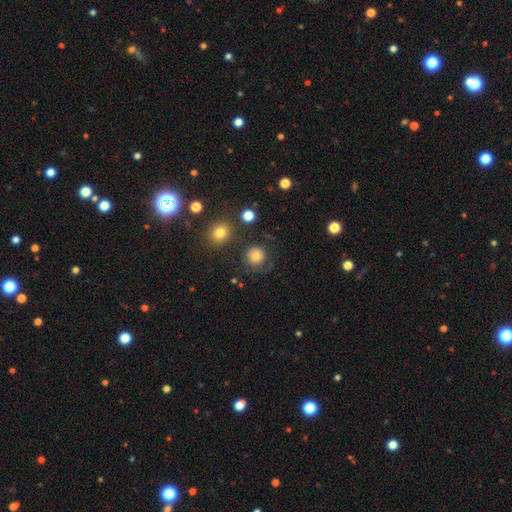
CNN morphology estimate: smooth_or_featured: smooth (p=0.74) [alt: star or artifact p=0.13]
how_rounded: round (p=0.91) [alt: in between p=0.08]
merging: none (p=0.70) [alt: minor disturbance p=0.15]